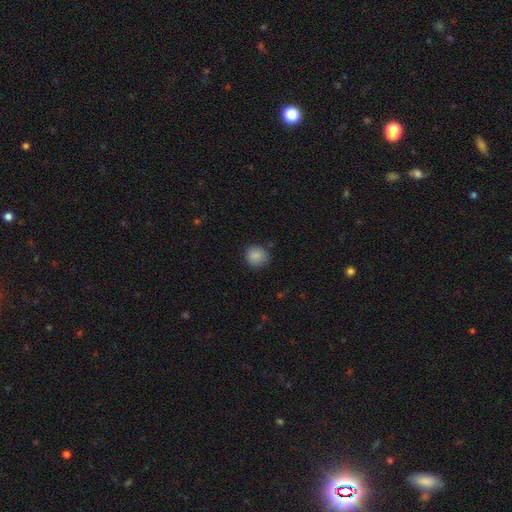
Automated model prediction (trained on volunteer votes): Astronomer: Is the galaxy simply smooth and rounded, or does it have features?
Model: smooth — 87%.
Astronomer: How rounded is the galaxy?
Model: round — 89%.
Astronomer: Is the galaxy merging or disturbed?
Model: none — 83%.